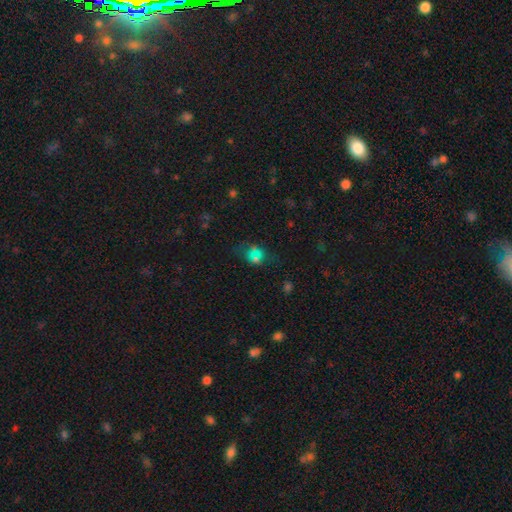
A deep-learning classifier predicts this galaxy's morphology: smooth 54%, star or artifact 31%, featured or disk 15%. Down the decision tree: how rounded — round (52%); merging — none (55%).